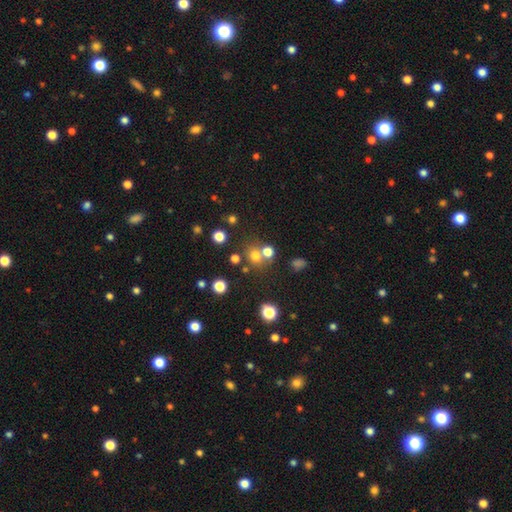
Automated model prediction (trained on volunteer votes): smooth_or_featured: smooth (p=0.69) [alt: star or artifact p=0.22]
how_rounded: round (p=0.80) [alt: in between p=0.19]
merging: none (p=0.62) [alt: merger p=0.25]